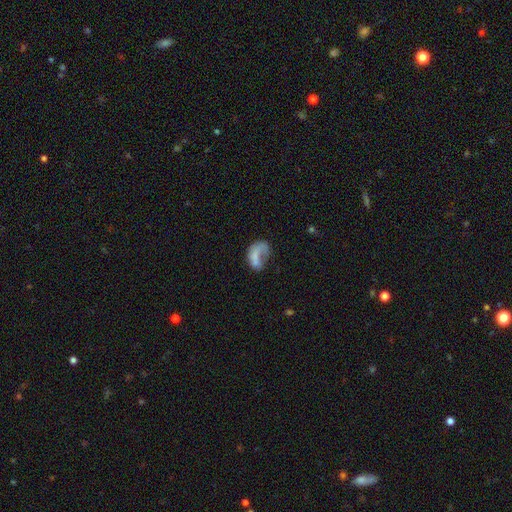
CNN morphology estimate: smooth_or_featured: smooth (p=0.57) [alt: featured or disk p=0.34]
how_rounded: in between (p=0.83) [alt: round p=0.15]
merging: major disturbance (p=0.47) [alt: none p=0.24]